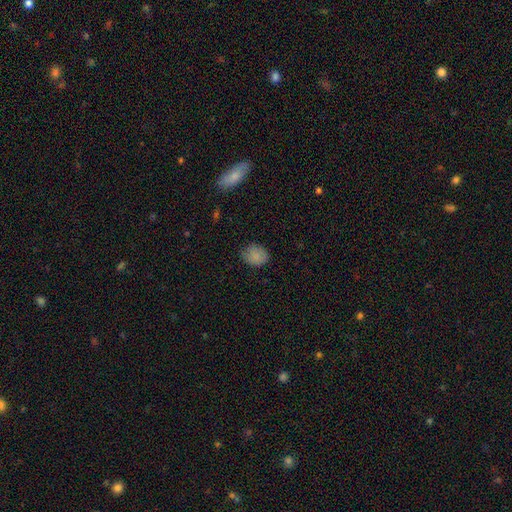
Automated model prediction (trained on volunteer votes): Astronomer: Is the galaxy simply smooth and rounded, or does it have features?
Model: smooth — 83%.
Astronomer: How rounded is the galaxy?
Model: round — 51% (runner-up: in between, 48%).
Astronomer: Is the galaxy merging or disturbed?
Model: none — 72%.